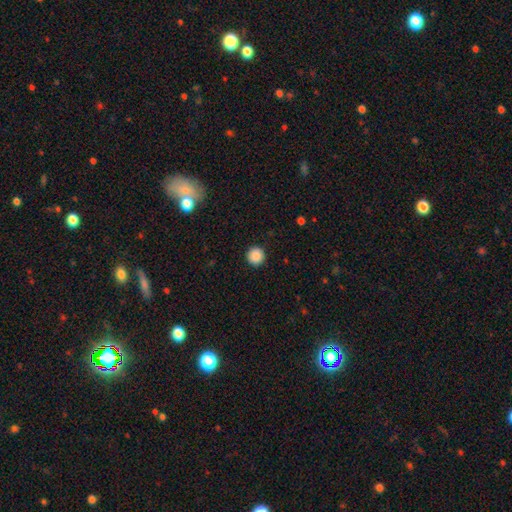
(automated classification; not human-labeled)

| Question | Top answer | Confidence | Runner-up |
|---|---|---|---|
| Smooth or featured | smooth | 88% | star or artifact (9%) |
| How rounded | round | 96% | in between (4%) |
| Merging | none | 93% | minor disturbance (4%) |